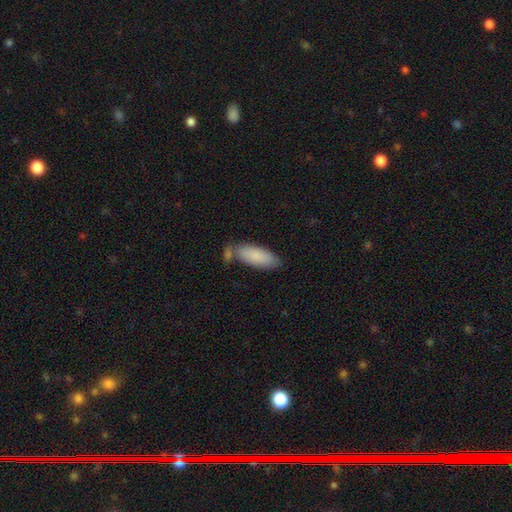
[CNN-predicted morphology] smooth_or_featured: smooth (p=0.84) [alt: featured or disk p=0.10]
how_rounded: in between (p=0.74) [alt: cigar-shaped p=0.25]
merging: none (p=0.60) [alt: merger p=0.19]